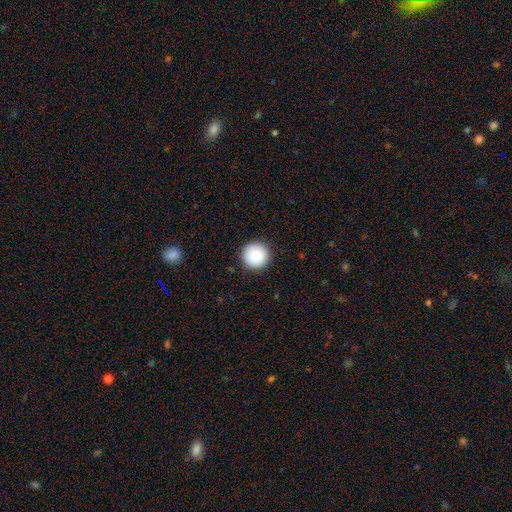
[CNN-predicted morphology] Smooth or featured? smooth (87%)
How rounded? round (96%)
Merging? none (91%)